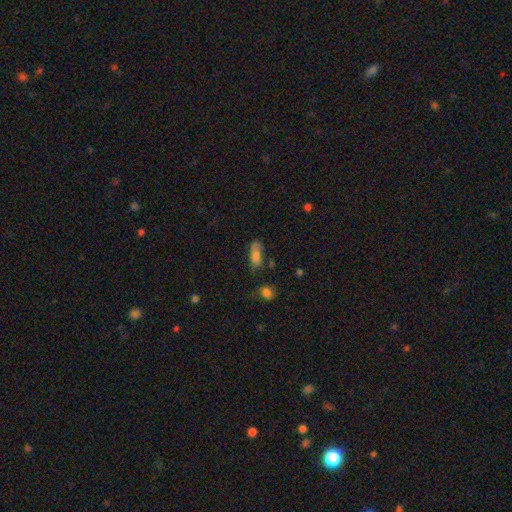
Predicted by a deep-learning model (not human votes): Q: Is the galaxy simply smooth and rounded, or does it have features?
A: smooth — 75%.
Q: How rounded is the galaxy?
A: in between — 69%.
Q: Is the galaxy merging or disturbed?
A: none — 50%.